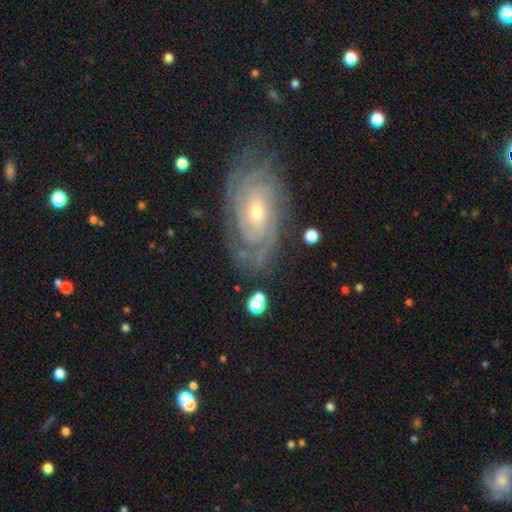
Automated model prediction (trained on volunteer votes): This is clearly a featured or disk galaxy (86%). It is clearly not viewed edge-on (95%). Bar: likely no (62%). Spiral arm pattern: clearly yes (97%). Spiral arm count: marginally 2 (31%). Spiral winding: clearly tight (81%). Central bulge: possibly small (53%). Merging: likely none (80%).